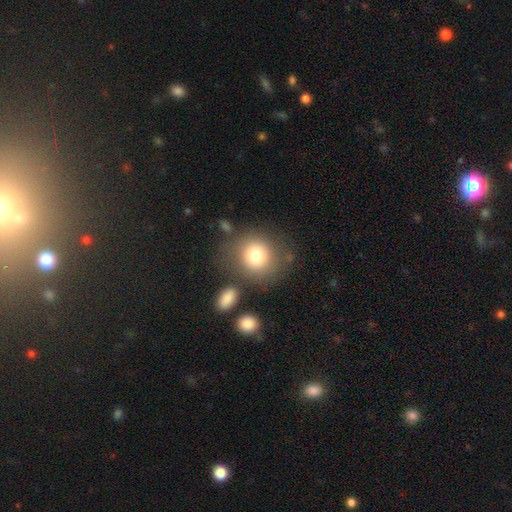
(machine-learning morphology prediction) Smooth or featured?
  - smooth: 79% *
  - featured or disk: 11%
  - star or artifact: 9%
How rounded?
  - round: 82% *
  - in between: 17%
  - cigar-shaped: 1%
Merging?
  - none: 72% *
  - minor disturbance: 14%
  - merger: 8%
  - major disturbance: 7%